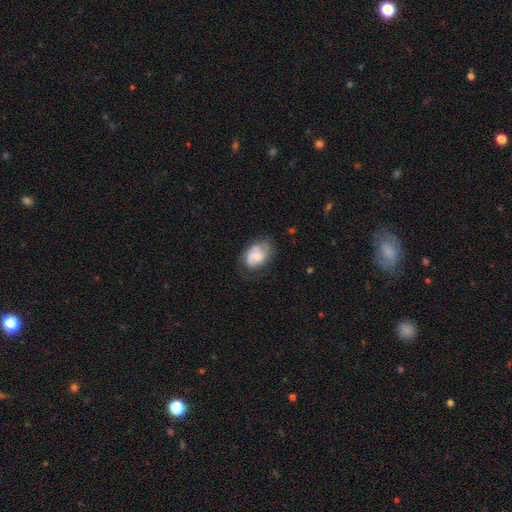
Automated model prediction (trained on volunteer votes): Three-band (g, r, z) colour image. It shows a featured or disk galaxy (49%). Merging: none (59%).